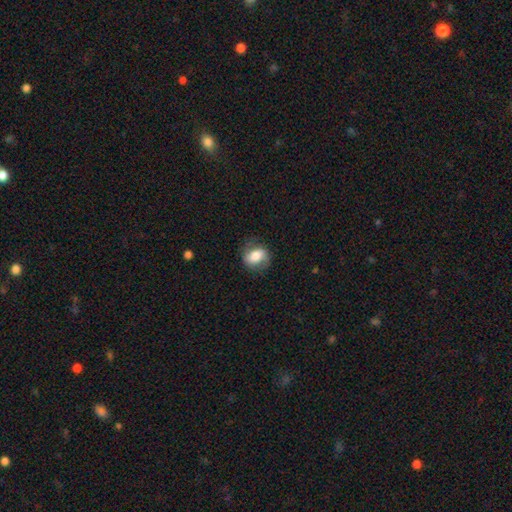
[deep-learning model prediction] A smooth galaxy with no disk features (66%) that is in between round and cigar-shaped (62%).

Vote fractions:
- Smooth or featured? smooth: 66% / featured or disk: 26% / star or artifact: 8%
- How rounded? in between: 62% / round: 37% / cigar-shaped: 2%
- Merging? none: 74% / minor disturbance: 18% / major disturbance: 7% / merger: 1%